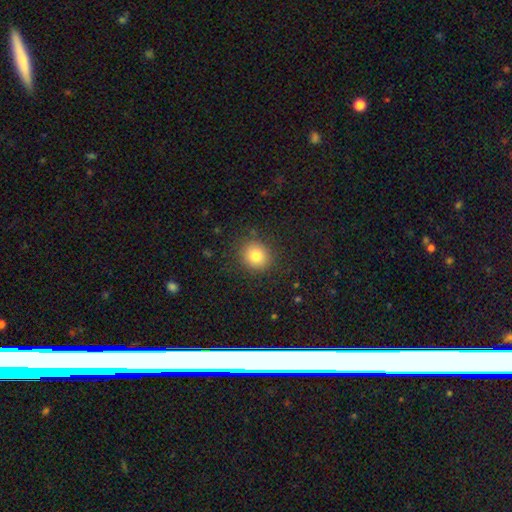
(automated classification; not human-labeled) smooth_or_featured: smooth (p=0.81) [alt: star or artifact p=0.11]
how_rounded: round (p=0.83) [alt: in between p=0.16]
merging: none (p=0.87) [alt: minor disturbance p=0.08]